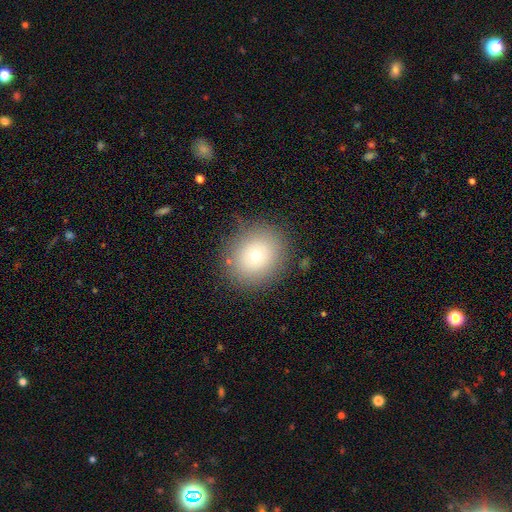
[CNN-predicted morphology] This is likely a smooth galaxy (69%). How rounded: likely round (77%). Merging: clearly none (82%).